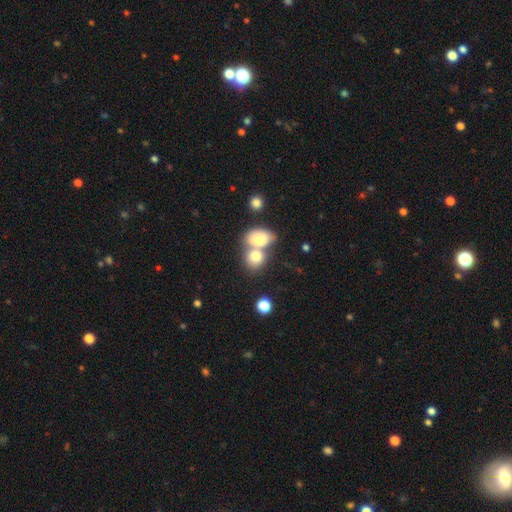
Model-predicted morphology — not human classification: A smooth galaxy with no disk features (78%) that is round (51%). Merging: merger (59%).